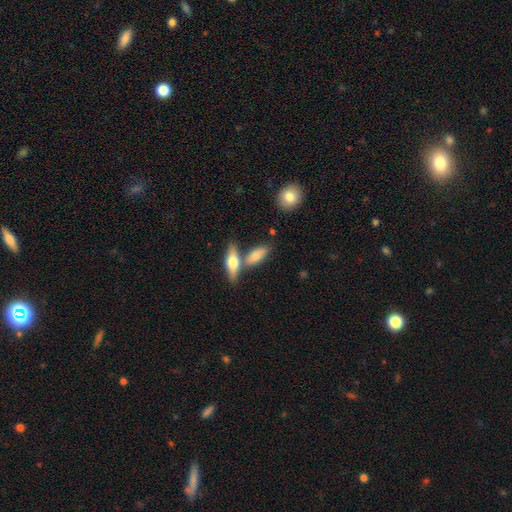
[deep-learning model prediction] Smooth or featured?
  - smooth: 73% *
  - featured or disk: 21%
  - star or artifact: 7%
How rounded?
  - in between: 75% *
  - cigar-shaped: 21%
  - round: 4%
Merging?
  - none: 54% *
  - merger: 30%
  - minor disturbance: 12%
  - major disturbance: 4%